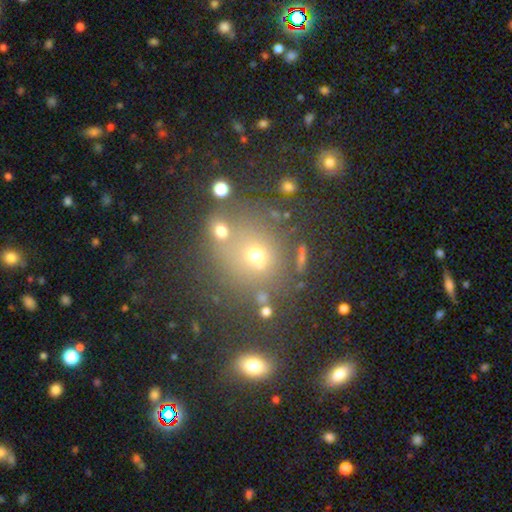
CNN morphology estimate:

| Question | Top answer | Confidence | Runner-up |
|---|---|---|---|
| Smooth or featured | smooth | 59% | star or artifact (27%) |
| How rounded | round | 81% | in between (18%) |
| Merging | none | 64% | merger (17%) |